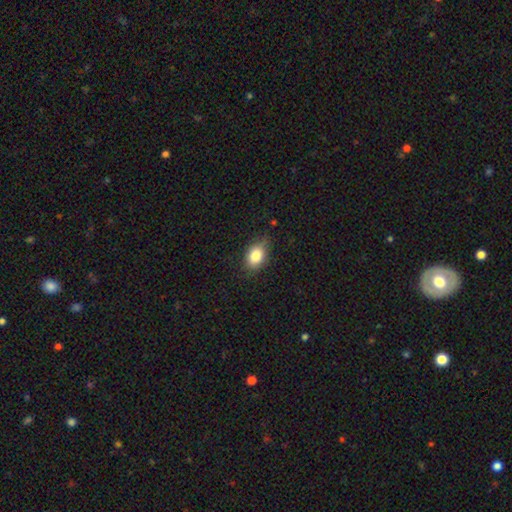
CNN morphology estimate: This is clearly a smooth galaxy (83%). How rounded: clearly in between (80%). Merging: likely none (73%).